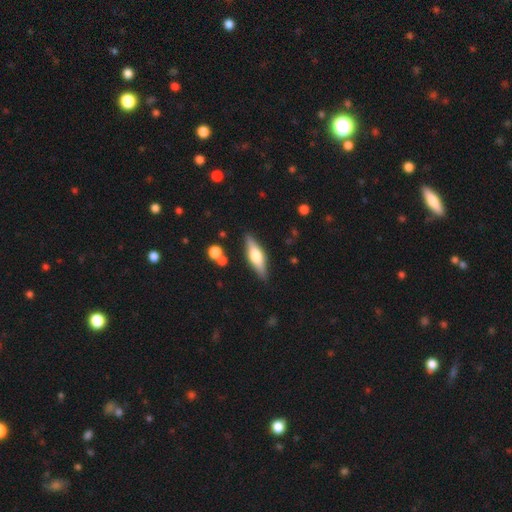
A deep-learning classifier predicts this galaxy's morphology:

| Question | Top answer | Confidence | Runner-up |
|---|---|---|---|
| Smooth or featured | featured or disk | 54% | smooth (40%) |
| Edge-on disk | yes | 93% | no (7%) |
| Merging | none | 86% | minor disturbance (10%) |